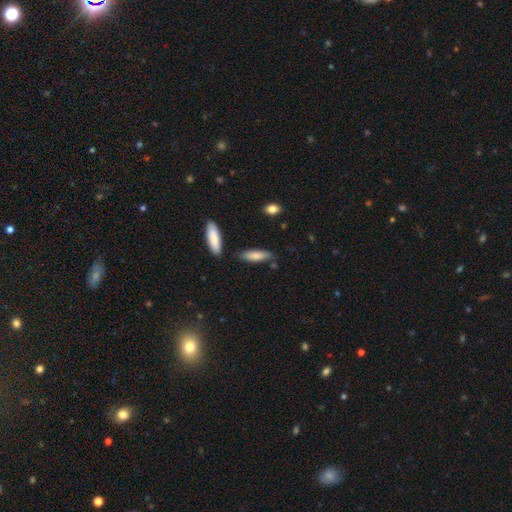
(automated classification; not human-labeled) Overall: smooth (79%). How rounded: cigar-shaped (61%; in between 37%). Merging: none (76%).